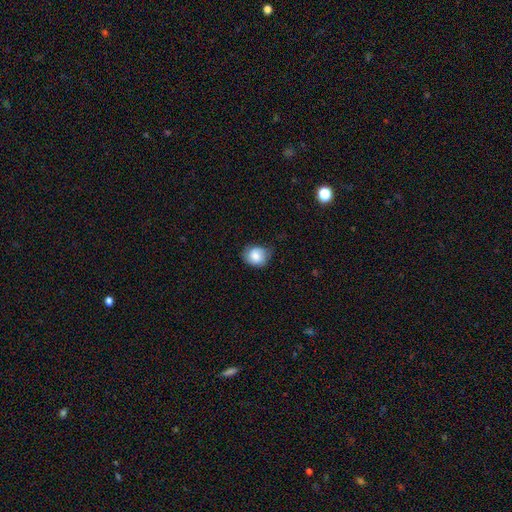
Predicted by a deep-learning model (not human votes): Smooth or featured?
  - smooth: 80% *
  - featured or disk: 12%
  - star or artifact: 8%
How rounded?
  - round: 68% *
  - in between: 31%
  - cigar-shaped: 1%
Merging?
  - none: 64% *
  - minor disturbance: 28%
  - major disturbance: 6%
  - merger: 1%